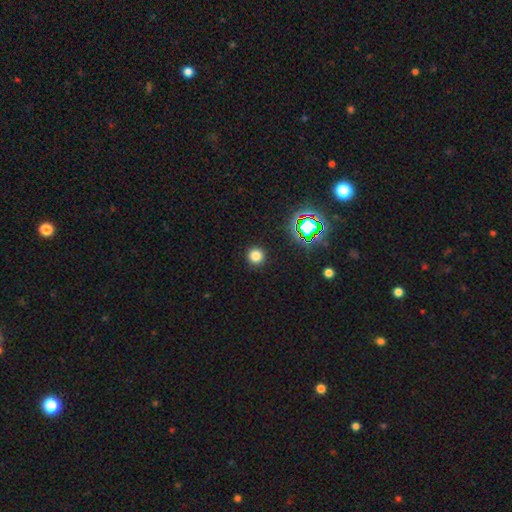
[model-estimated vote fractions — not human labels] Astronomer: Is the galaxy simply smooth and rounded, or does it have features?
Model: smooth — 78%.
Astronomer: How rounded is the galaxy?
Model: round — 95%.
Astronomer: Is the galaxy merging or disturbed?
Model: none — 92%.